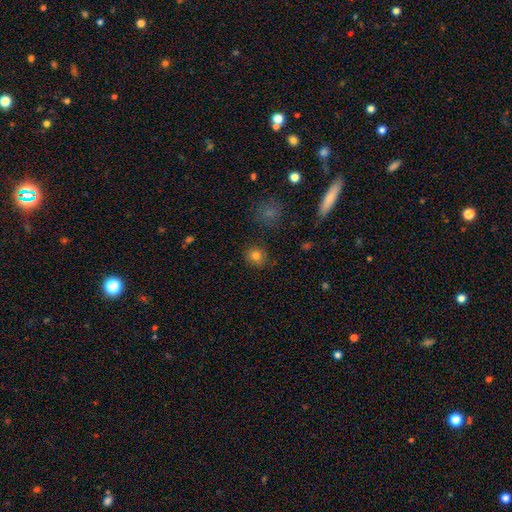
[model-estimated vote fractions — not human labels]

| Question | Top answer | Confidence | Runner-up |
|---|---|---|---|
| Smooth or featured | smooth | 80% | star or artifact (13%) |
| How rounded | round | 88% | in between (11%) |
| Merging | none | 86% | minor disturbance (9%) |